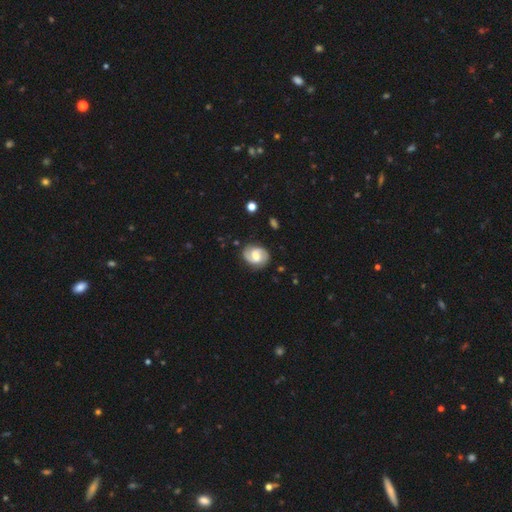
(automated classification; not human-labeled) Smooth or featured?
  - featured or disk: 74% *
  - smooth: 20%
  - star or artifact: 6%
Edge-on disk?
  - no: 98% *
  - yes: 2%
Bar?
  - weak: 51% *
  - no: 35%
  - strong: 14%
Spiral arms?
  - yes: 93% *
  - no: 7%
Spiral winding?
  - medium: 47% *
  - tight: 30%
  - loose: 23%
Spiral arm count?
  - 2: 88% *
  - can't tell: 5%
  - 1: 3%
  - 3: 2%
  - 4: 1%
  - more than 4: 1%
Bulge size?
  - moderate: 62% *
  - small: 19%
  - large: 14%
  - none: 3%
  - dominant: 2%
Merging?
  - none: 80% *
  - minor disturbance: 14%
  - major disturbance: 4%
  - merger: 2%